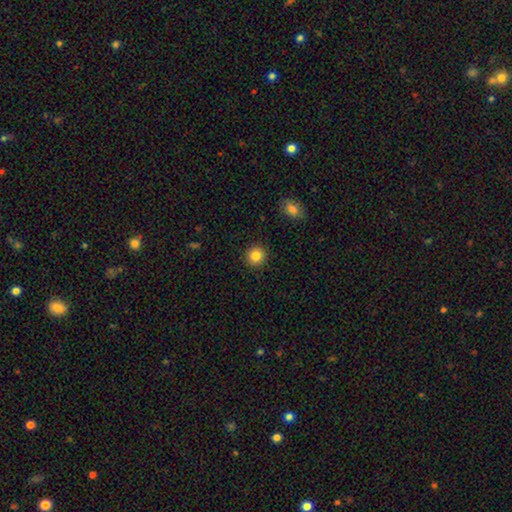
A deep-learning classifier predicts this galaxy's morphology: Smooth or featured? Predicted: smooth (p=0.85). How rounded? Predicted: round (p=0.92). Merging? Predicted: none (p=0.92).